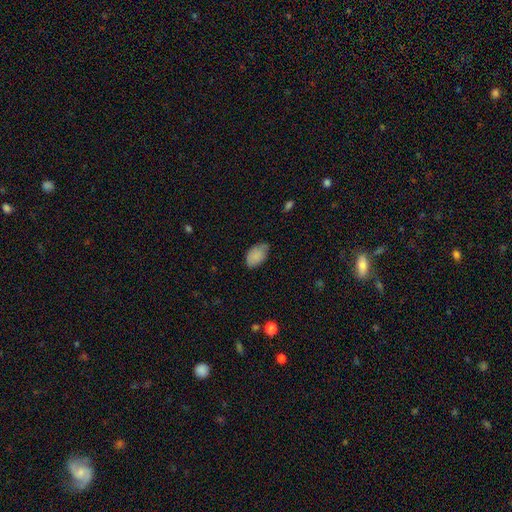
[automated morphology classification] Smooth or featured? Predicted: smooth (p=0.85). How rounded? Predicted: in between (p=0.91). Merging? Predicted: none (p=0.62).